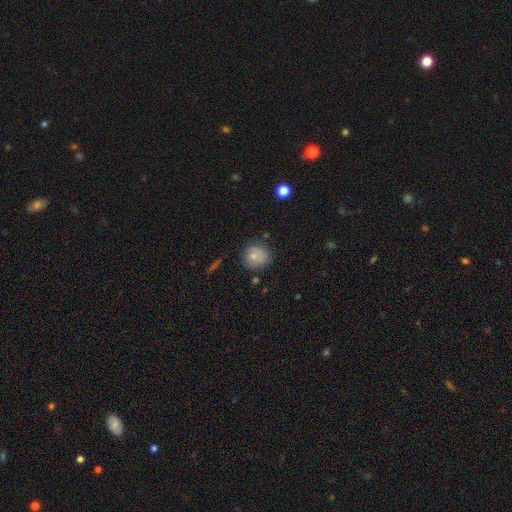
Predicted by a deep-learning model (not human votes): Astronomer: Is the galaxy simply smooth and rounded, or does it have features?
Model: smooth — 71%.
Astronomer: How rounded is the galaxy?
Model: round — 79%.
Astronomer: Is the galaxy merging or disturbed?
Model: none — 67%.